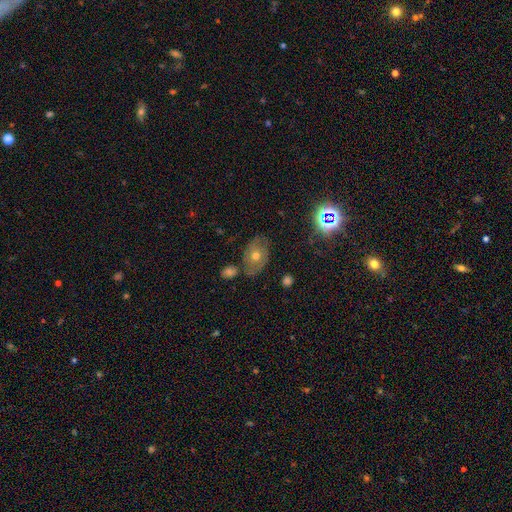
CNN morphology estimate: This is marginally a smooth galaxy (42%, tied with featured or disk). Merging: likely none (67%).